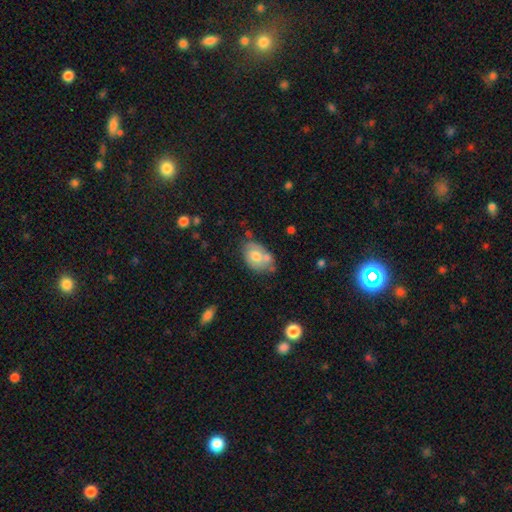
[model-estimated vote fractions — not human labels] This is likely a smooth galaxy (61%). How rounded: likely in between (77%). Merging: marginally none (41%).